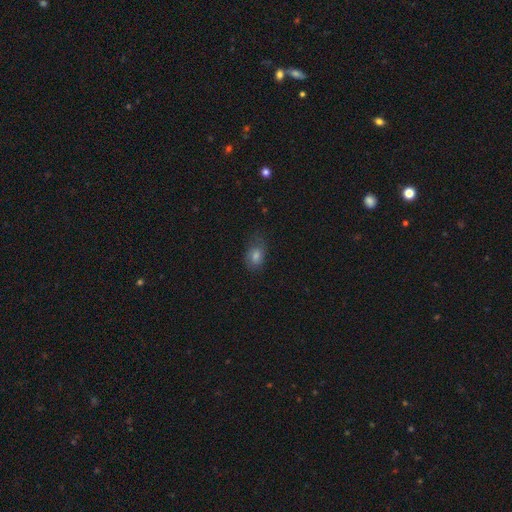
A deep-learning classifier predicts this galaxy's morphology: This is likely a smooth galaxy (68%). How rounded: likely in between (71%). Merging: likely none (66%).